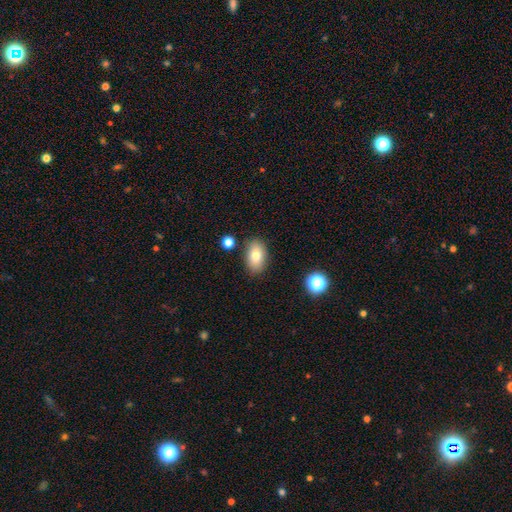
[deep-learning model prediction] Smooth or featured? smooth (78%)
How rounded? in between (89%)
Merging? none (84%)